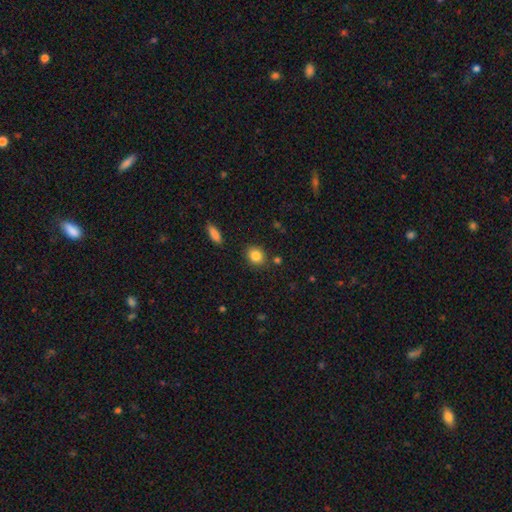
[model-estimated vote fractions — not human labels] smooth-or-featured: smooth: 85% | star or artifact: 9% | featured or disk: 6%
  how-rounded: round: 62% | in between: 36% | cigar-shaped: 1%
  merging: none: 83% | minor disturbance: 10% | merger: 5% | major disturbance: 3%